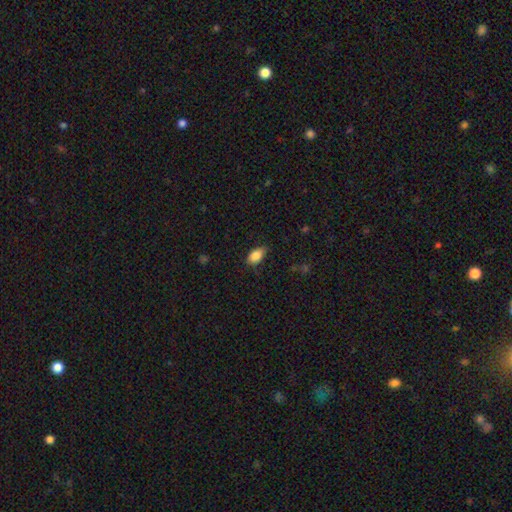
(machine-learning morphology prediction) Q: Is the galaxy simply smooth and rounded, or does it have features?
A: smooth — 85%.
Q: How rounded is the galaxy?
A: in between — 90%.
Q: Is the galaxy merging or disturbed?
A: none — 70%.